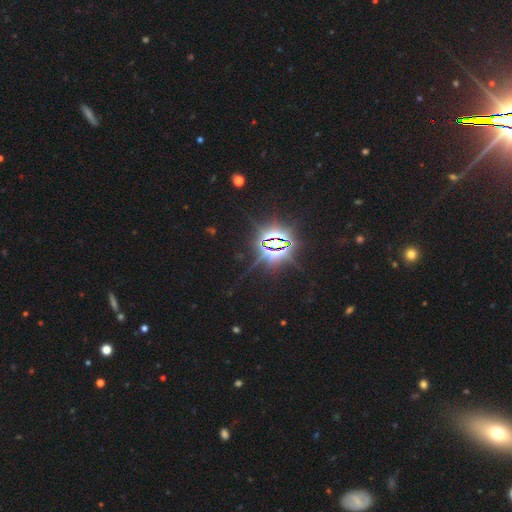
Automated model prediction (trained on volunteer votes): This appears to be a star or artifact, not a galaxy (82%).